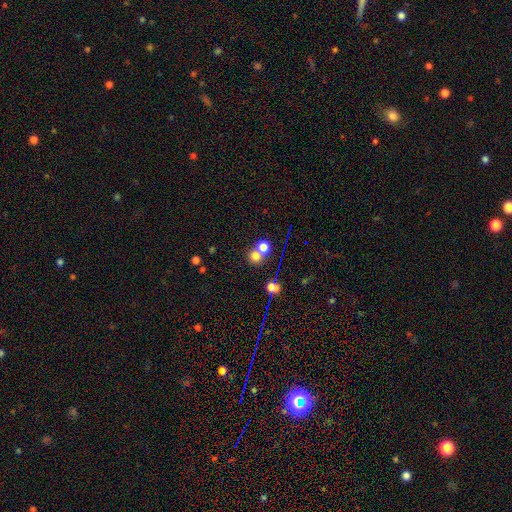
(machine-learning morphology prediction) Smooth or featured?
  - smooth: 72% *
  - star or artifact: 17%
  - featured or disk: 11%
How rounded?
  - round: 83% *
  - in between: 16%
  - cigar-shaped: 1%
Merging?
  - merger: 47% *
  - none: 44%
  - minor disturbance: 6%
  - major disturbance: 3%